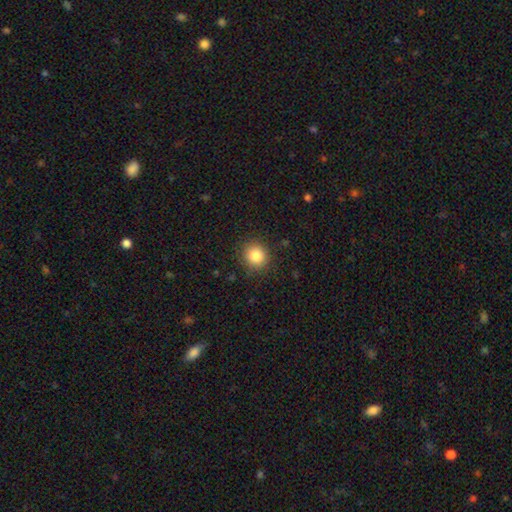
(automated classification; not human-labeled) smooth_or_featured: smooth (p=0.84) [alt: star or artifact p=0.10]
how_rounded: round (p=0.87) [alt: in between p=0.12]
merging: none (p=0.88) [alt: minor disturbance p=0.08]